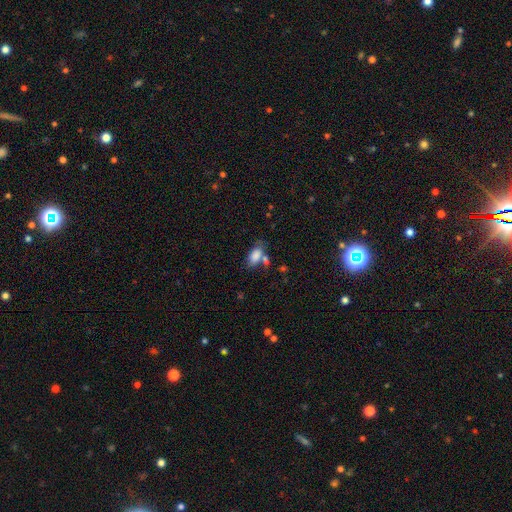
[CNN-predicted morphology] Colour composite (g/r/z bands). It shows a smooth galaxy with no disk features (82%) that is in between round and cigar-shaped (90%). Merging: none (50%).